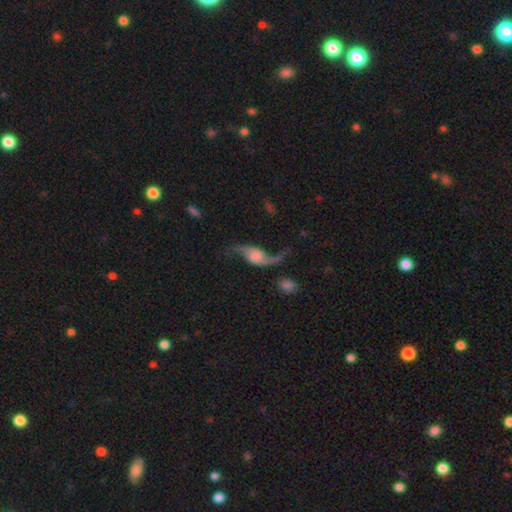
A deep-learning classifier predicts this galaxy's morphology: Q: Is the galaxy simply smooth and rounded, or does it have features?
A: featured or disk — 85%.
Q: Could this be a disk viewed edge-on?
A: no — 93%.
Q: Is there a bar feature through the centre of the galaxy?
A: no — 61%.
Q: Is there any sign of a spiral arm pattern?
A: yes — 96%.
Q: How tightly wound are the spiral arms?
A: loose — 90%.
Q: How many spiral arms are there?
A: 2 — 92%.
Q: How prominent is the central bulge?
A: none — 28%.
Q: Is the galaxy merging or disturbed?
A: none — 66%.